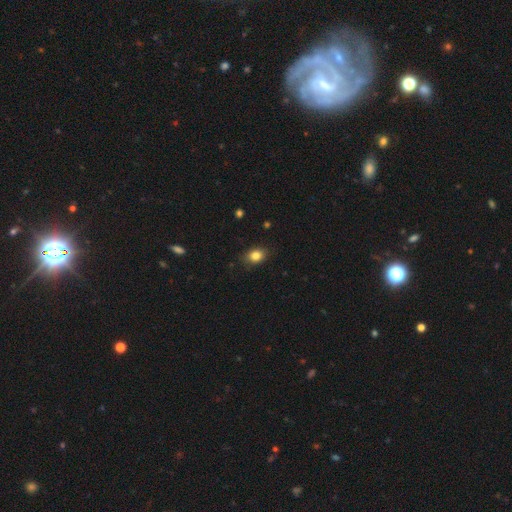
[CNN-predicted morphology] smooth-or-featured: smooth: 84% | star or artifact: 10% | featured or disk: 6%
  how-rounded: in between: 66% | round: 32% | cigar-shaped: 1%
  merging: none: 83% | minor disturbance: 13% | major disturbance: 3% | merger: 1%